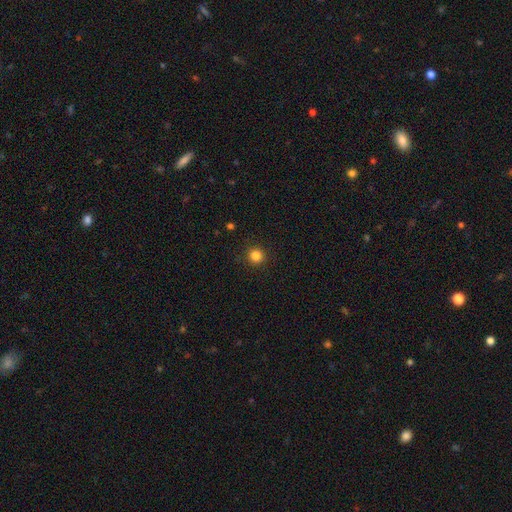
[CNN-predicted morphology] type=smooth (84%); roundness=round (95%); merging=none (92%).